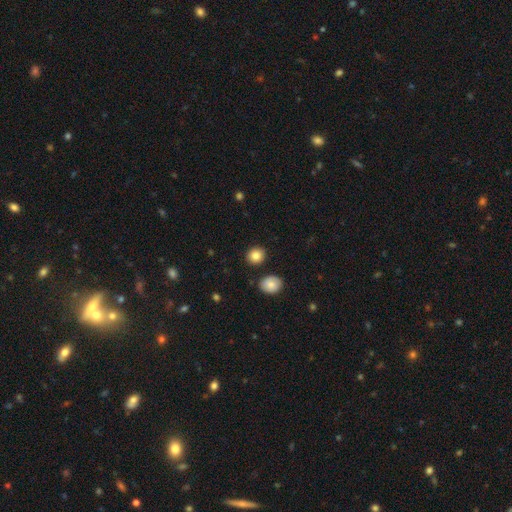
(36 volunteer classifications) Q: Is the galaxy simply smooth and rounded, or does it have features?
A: smooth — 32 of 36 (89%).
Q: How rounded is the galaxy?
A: round — 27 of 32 (84%).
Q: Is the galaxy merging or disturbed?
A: none — 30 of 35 (86%).